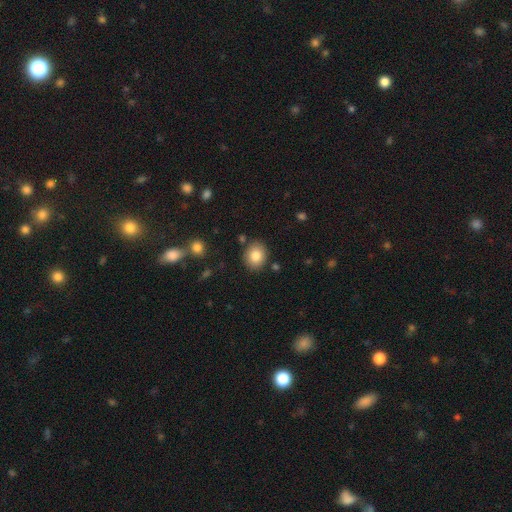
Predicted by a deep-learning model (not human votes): A smooth galaxy with no disk features (83%) that is round (59%). Merging: none (85%).